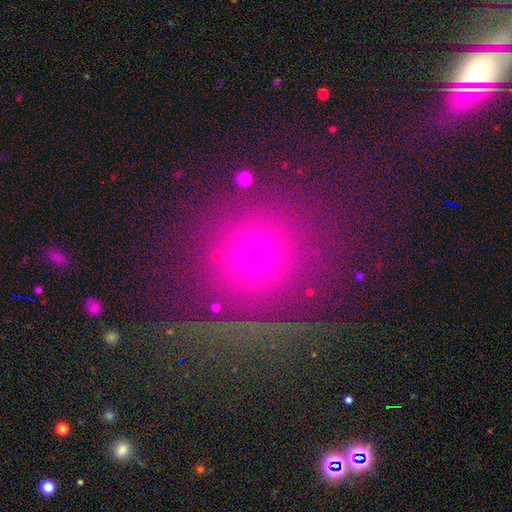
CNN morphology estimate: The model was most divided on "smooth or featured": smooth: 61%, star or artifact: 27%, featured or disk: 13%. More confident: how rounded — round (87%); merging — none (76%).